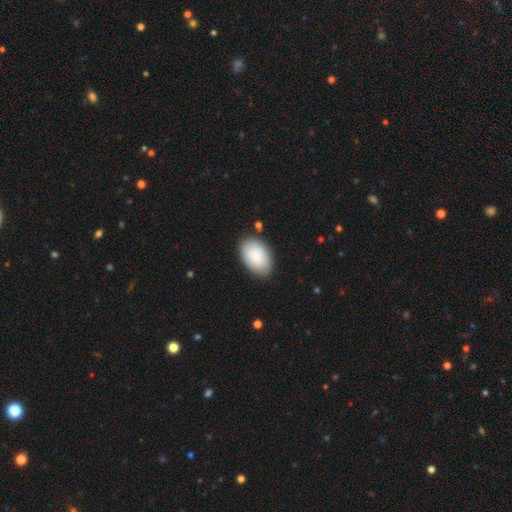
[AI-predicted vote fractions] Overall: smooth (79%). How rounded: in between (90%). Merging: none (83%).